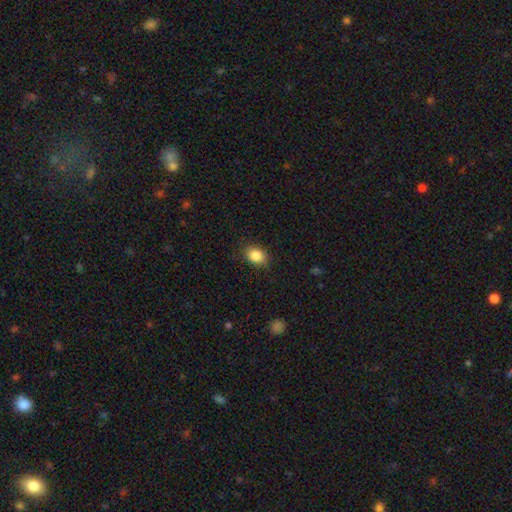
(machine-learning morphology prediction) A smooth galaxy with no disk features (86%) that is in between round and cigar-shaped (71%).

Vote fractions:
- Smooth or featured? smooth: 86% / star or artifact: 9% / featured or disk: 5%
- How rounded? in between: 71% / round: 28% / cigar-shaped: 1%
- Merging? none: 84% / minor disturbance: 12% / major disturbance: 3% / merger: 1%